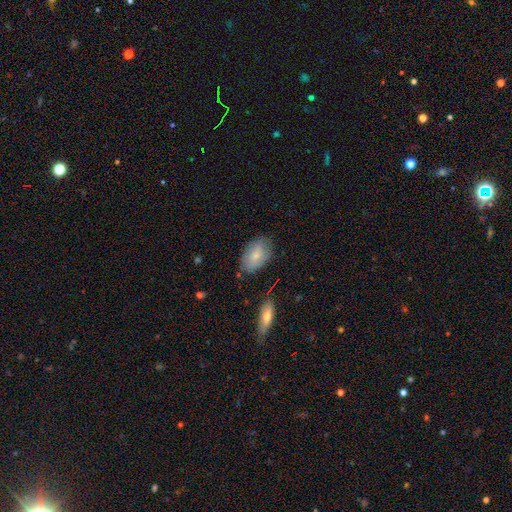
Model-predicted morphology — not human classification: Q: Smooth or featured?
A: smooth (77%); runner-up: featured or disk (17%)
Q: How rounded?
A: in between (90%); runner-up: round (8%)
Q: Merging?
A: none (76%); runner-up: minor disturbance (17%)